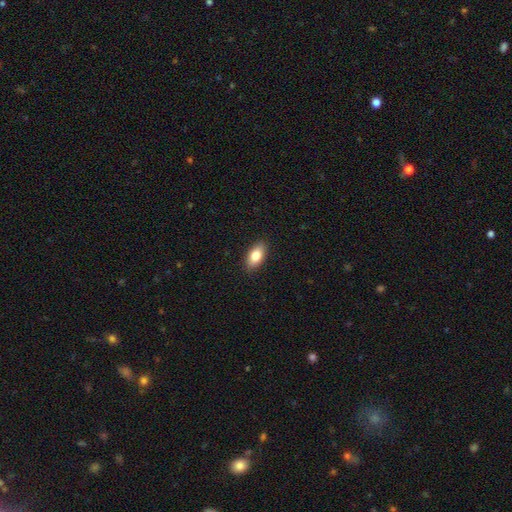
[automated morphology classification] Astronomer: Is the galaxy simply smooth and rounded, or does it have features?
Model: smooth — 82%.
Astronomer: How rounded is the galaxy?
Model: in between — 91%.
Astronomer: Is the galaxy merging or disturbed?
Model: none — 89%.